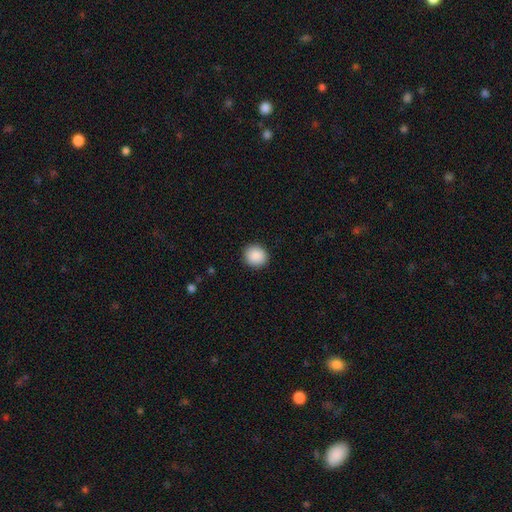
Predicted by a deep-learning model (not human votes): smooth-or-featured: smooth: 89% | star or artifact: 8% | featured or disk: 3%
  how-rounded: round: 87% | in between: 12% | cigar-shaped: 1%
  merging: none: 92% | minor disturbance: 5% | major disturbance: 2% | merger: 1%